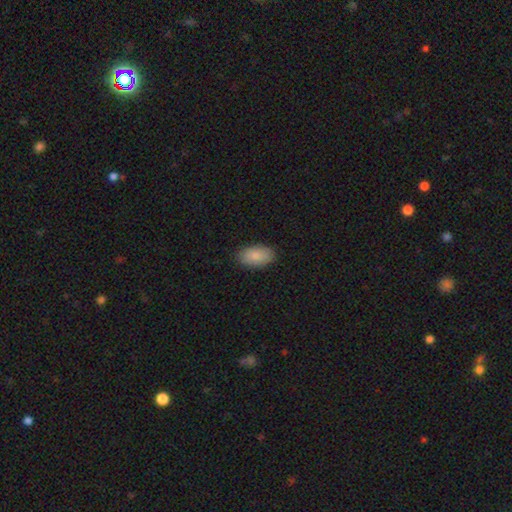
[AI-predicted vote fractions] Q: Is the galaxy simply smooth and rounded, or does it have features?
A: smooth — 86%.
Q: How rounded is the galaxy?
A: in between — 94%.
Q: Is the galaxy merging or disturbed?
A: none — 88%.